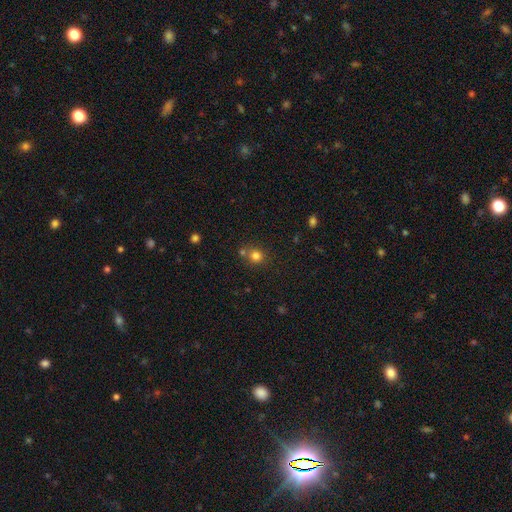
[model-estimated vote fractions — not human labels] Smooth or featured? smooth (79%)
How rounded? round (86%)
Merging? none (66%)